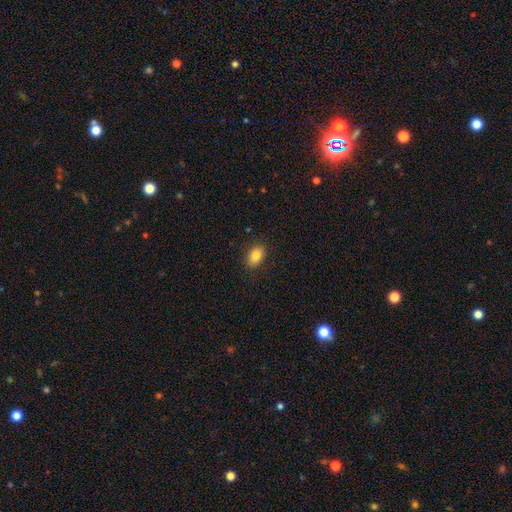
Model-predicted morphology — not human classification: Smooth or featured? smooth (86%)
How rounded? in between (84%)
Merging? none (88%)